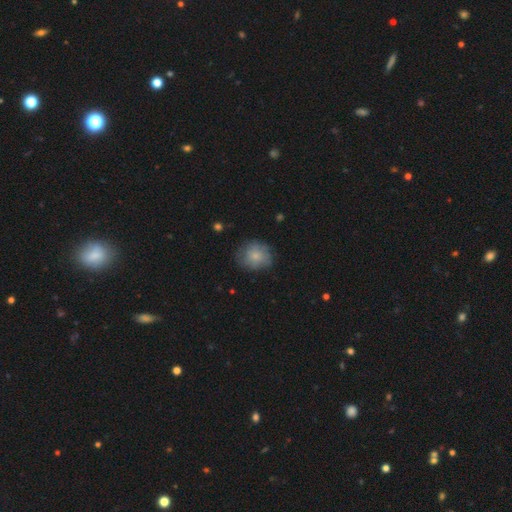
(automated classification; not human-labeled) The model was most divided on "merging": none: 72%, minor disturbance: 20%, major disturbance: 6%, merger: 1%. More confident: how rounded — round (81%); smooth or featured — smooth (76%).